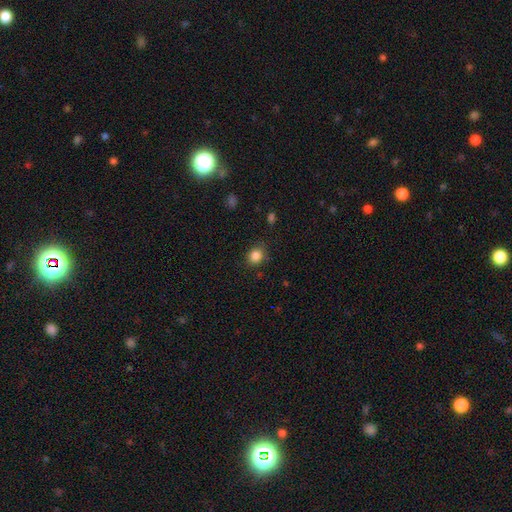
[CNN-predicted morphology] Q: Smooth or featured?
A: smooth (85%); runner-up: star or artifact (11%)
Q: How rounded?
A: round (72%); runner-up: in between (27%)
Q: Merging?
A: none (82%); runner-up: minor disturbance (13%)